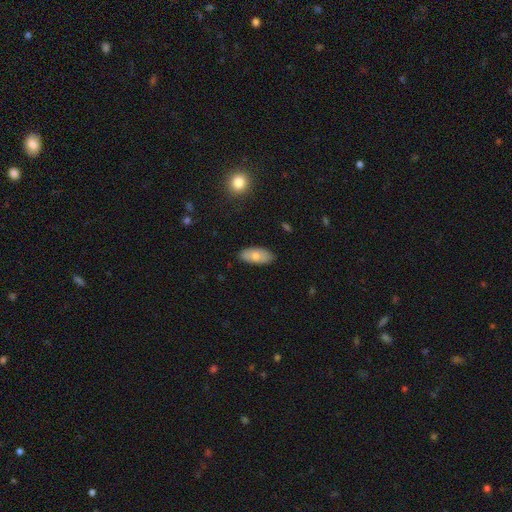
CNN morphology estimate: smooth_or_featured: smooth (p=0.71) [alt: featured or disk p=0.22]
how_rounded: in between (p=0.90) [alt: cigar-shaped p=0.07]
merging: none (p=0.85) [alt: minor disturbance p=0.12]